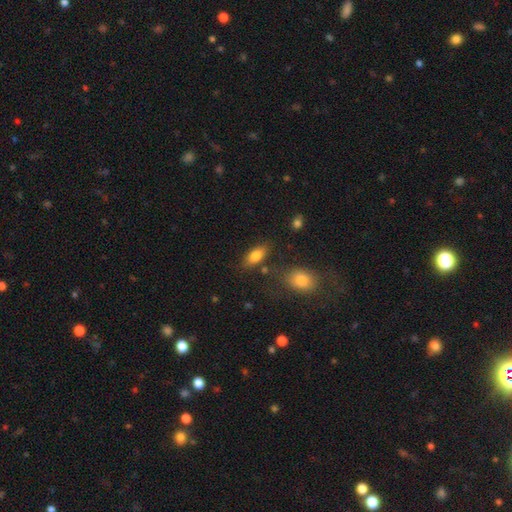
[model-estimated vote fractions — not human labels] Smooth or featured? smooth (81%)
How rounded? in between (87%)
Merging? none (75%)